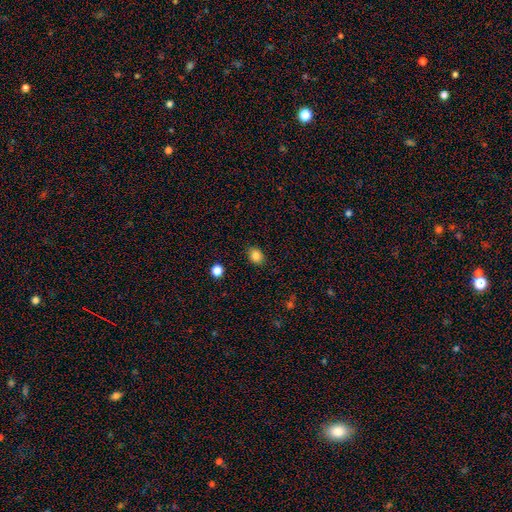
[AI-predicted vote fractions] Smooth or featured?
  - smooth: 85% *
  - star or artifact: 11%
  - featured or disk: 5%
How rounded?
  - in between: 54% *
  - round: 46%
  - cigar-shaped: 1%
Merging?
  - none: 86% *
  - minor disturbance: 10%
  - major disturbance: 2%
  - merger: 1%